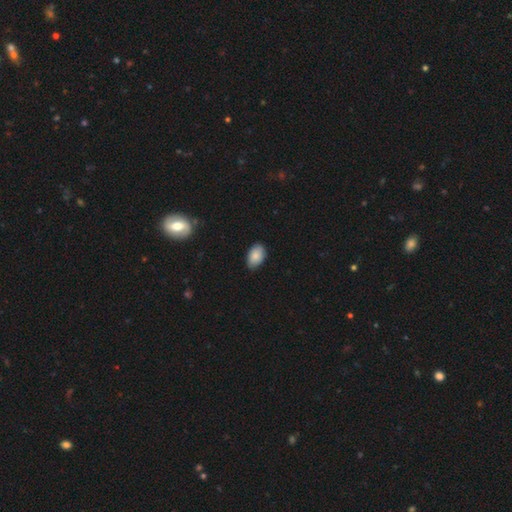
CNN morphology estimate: This appears to be a smooth galaxy with no disk features (85%) that is in between round and cigar-shaped (92%). Merging: none (82%).